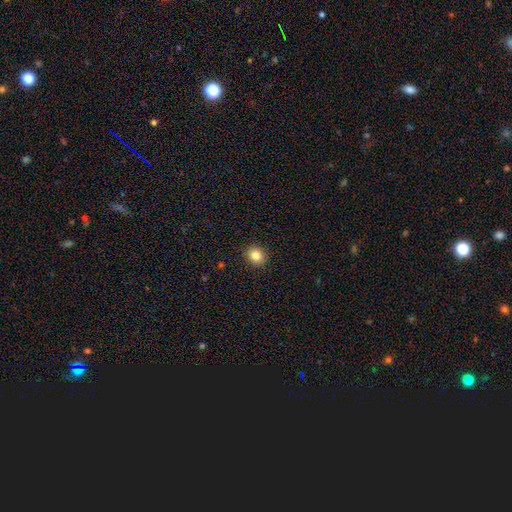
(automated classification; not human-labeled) The model was most divided on "how rounded": round: 84%, in between: 16%, cigar-shaped: 1%. More confident: merging — none (92%); smooth or featured — smooth (83%).